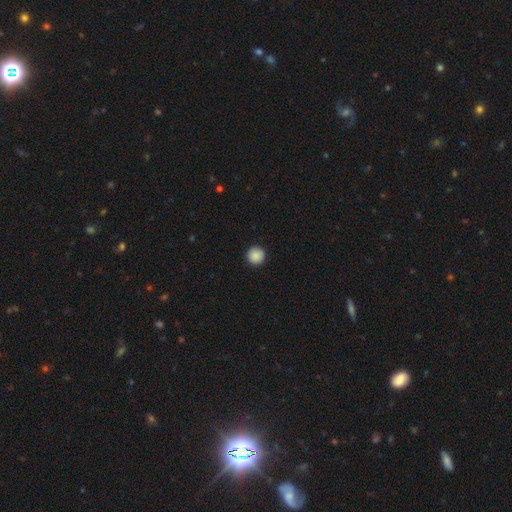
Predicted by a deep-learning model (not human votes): smooth 89%, star or artifact 9%, featured or disk 3%. Down the decision tree: how rounded — round (96%); merging — none (93%).